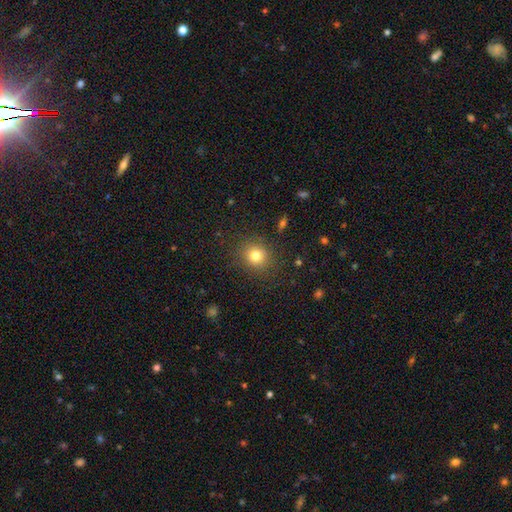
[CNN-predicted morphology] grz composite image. It shows a smooth galaxy with no disk features (79%) that is round (82%). Merging: none (87%).